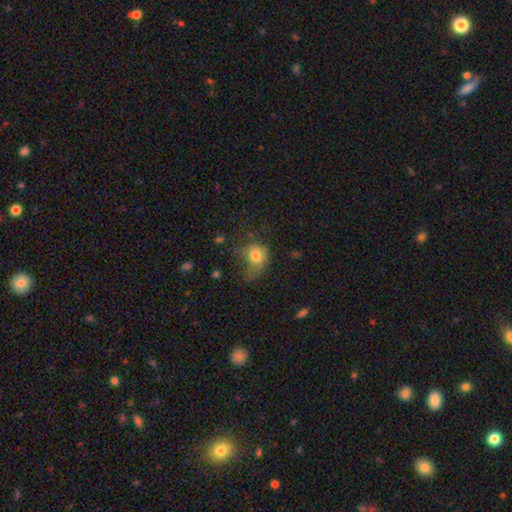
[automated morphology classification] Smooth or featured? smooth (76%)
How rounded? round (60%)
Merging? major disturbance (38%)